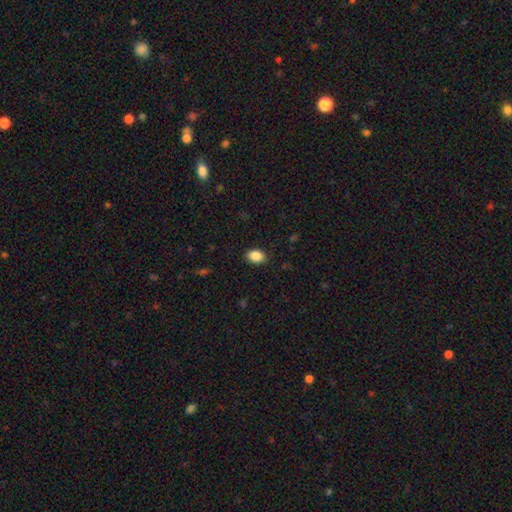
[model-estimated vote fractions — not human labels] smooth 88%, star or artifact 8%, featured or disk 4%. Down the decision tree: how rounded — in between (78%); merging — none (89%).